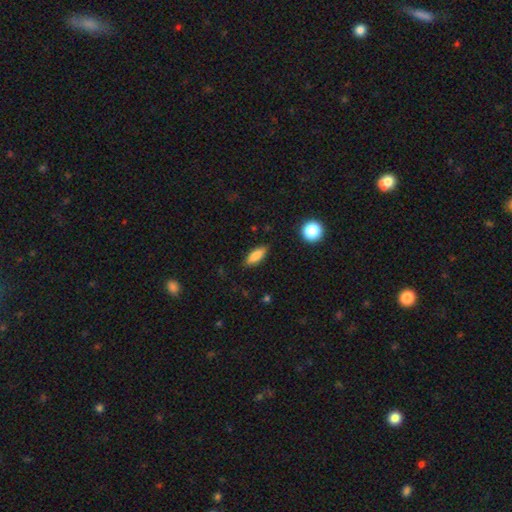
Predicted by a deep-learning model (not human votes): This is clearly a smooth galaxy (83%). How rounded: likely in between (68%). Merging: clearly none (85%).